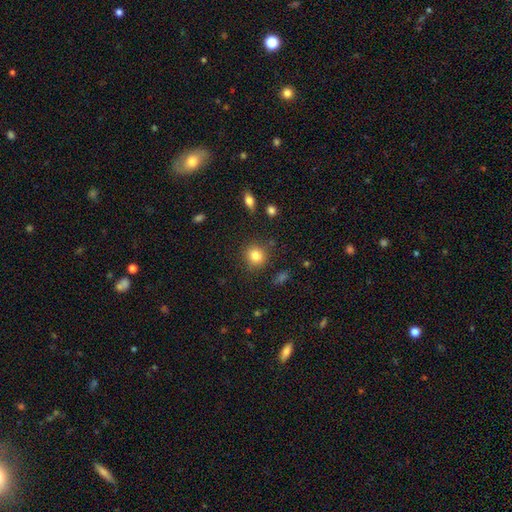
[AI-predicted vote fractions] Smooth or featured? Predicted: smooth (p=0.82). How rounded? Predicted: round (p=0.86). Merging? Predicted: none (p=0.85).